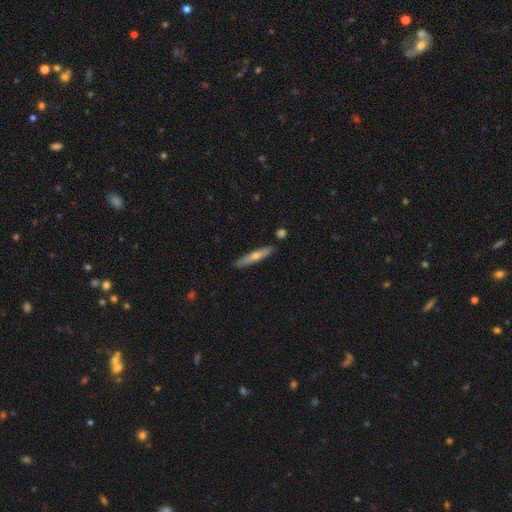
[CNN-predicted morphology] type=featured or disk (47%); merging=none (87%).